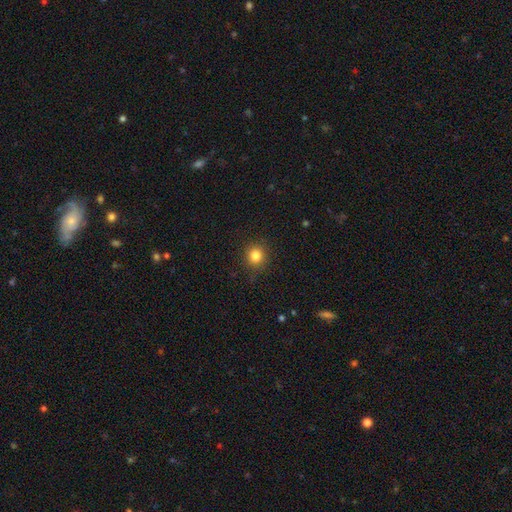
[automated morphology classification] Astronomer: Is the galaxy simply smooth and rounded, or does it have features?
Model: smooth — 83%.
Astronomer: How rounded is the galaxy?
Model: round — 90%.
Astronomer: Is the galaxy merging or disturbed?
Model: none — 89%.